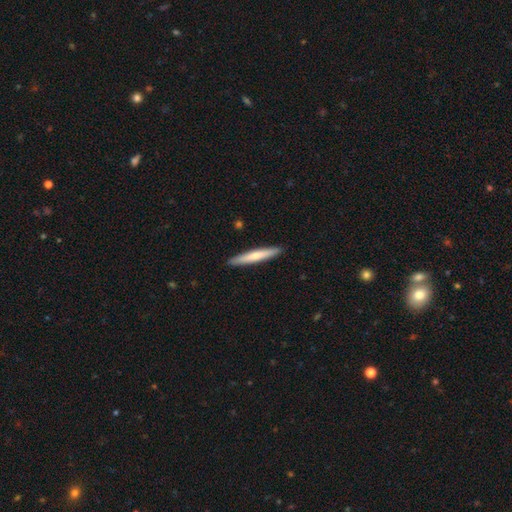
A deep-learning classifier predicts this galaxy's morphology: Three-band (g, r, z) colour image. It shows a smooth galaxy with no disk features (62%) that is cigar-shaped (95%). Merging: none (92%).